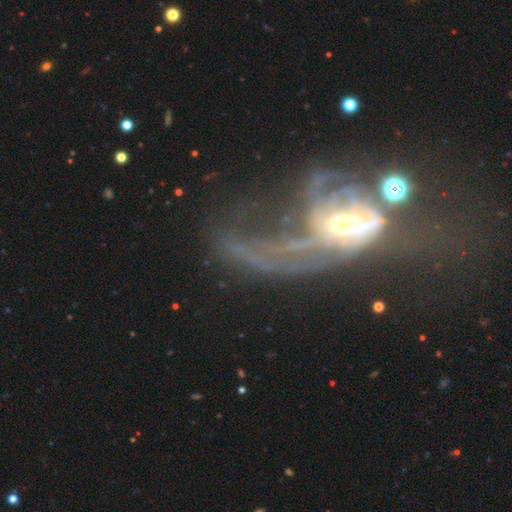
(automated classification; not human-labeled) Morphology: type=featured or disk (73%); edge-on=no (93%); bar=no (62%); spiral arms=yes (61%); bulge=moderate (51%); merging=major disturbance (57%).